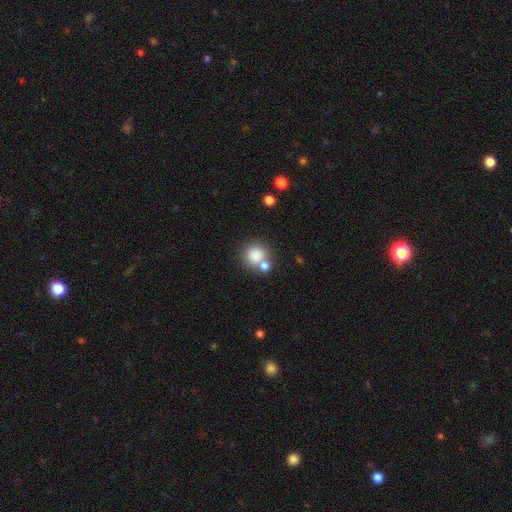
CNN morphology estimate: A smooth galaxy with no disk features (82%) that is round (87%). Merging: none (57%).